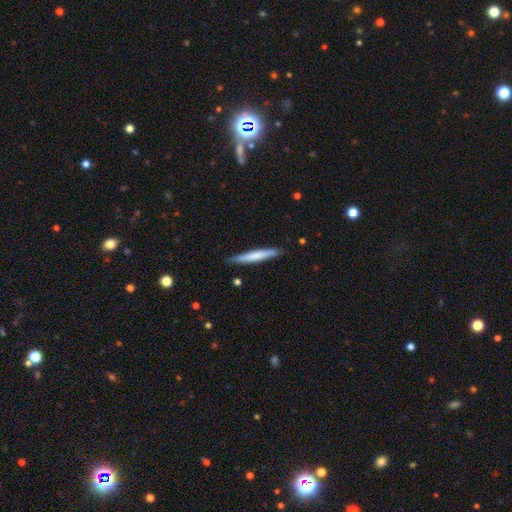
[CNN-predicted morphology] Smooth or featured: smooth — 65% (featured or disk — 30%)
How rounded: cigar-shaped — 95% (in between — 4%)
Merging: none — 86% (minor disturbance — 11%)